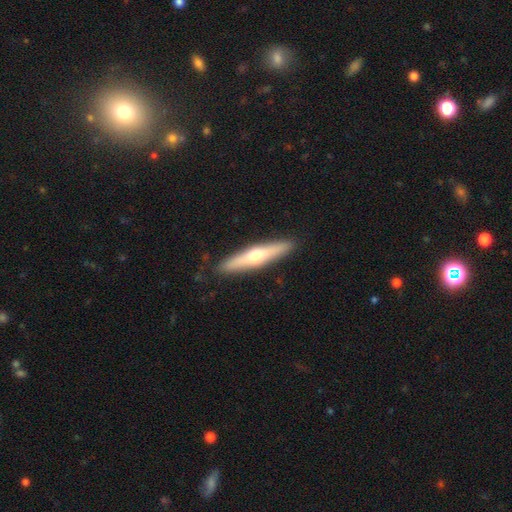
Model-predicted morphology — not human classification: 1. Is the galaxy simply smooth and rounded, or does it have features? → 52% featured or disk, 43% smooth, 5% star or artifact.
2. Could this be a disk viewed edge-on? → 94% yes, 6% no.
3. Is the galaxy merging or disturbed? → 89% none, 8% minor disturbance, 2% major disturbance, 1% merger.